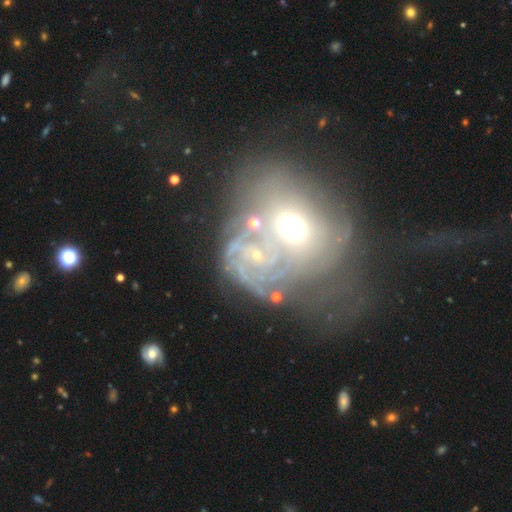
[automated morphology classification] Smooth or featured?
  - featured or disk: 59% *
  - smooth: 22%
  - star or artifact: 19%
Edge-on disk?
  - no: 96% *
  - yes: 4%
Bar?
  - no: 78% *
  - weak: 16%
  - strong: 6%
Spiral arms?
  - yes: 63% *
  - no: 37%
Bulge size?
  - moderate: 42% *
  - small: 40%
  - large: 8%
  - none: 6%
  - dominant: 4%
Merging?
  - merger: 34% *
  - none: 29%
  - major disturbance: 24%
  - minor disturbance: 13%